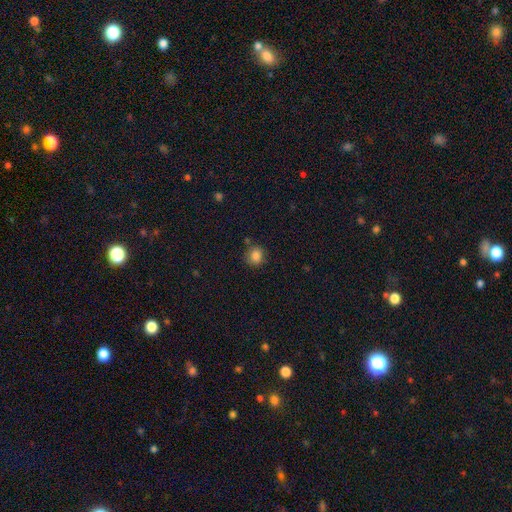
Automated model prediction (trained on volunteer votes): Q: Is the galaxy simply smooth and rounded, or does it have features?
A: smooth — 84%.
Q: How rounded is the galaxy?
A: round — 82%.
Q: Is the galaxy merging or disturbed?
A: none — 79%.